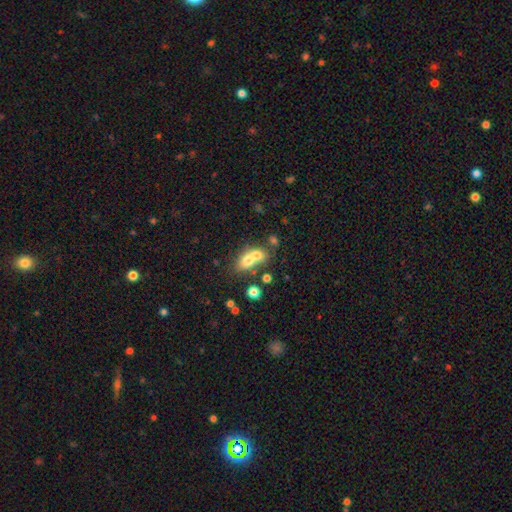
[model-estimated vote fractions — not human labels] Morphology: type=smooth (68%); roundness=in between (63%); merging=merger (66%).